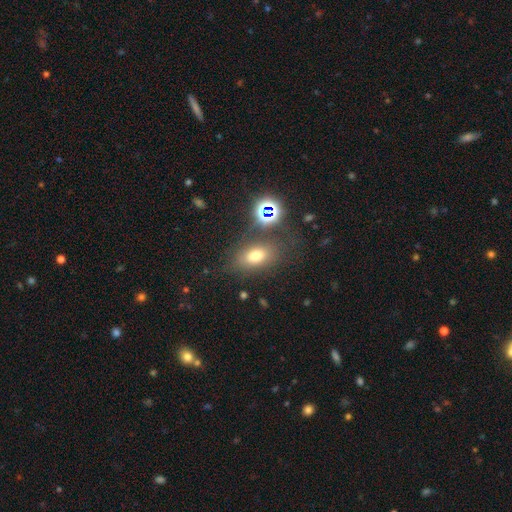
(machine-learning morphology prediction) A smooth galaxy with no disk features (68%) that is in between round and cigar-shaped (78%).

Vote fractions:
- Smooth or featured? smooth: 68% / star or artifact: 19% / featured or disk: 13%
- How rounded? in between: 78% / round: 18% / cigar-shaped: 3%
- Merging? none: 72% / minor disturbance: 14% / major disturbance: 7% / merger: 7%